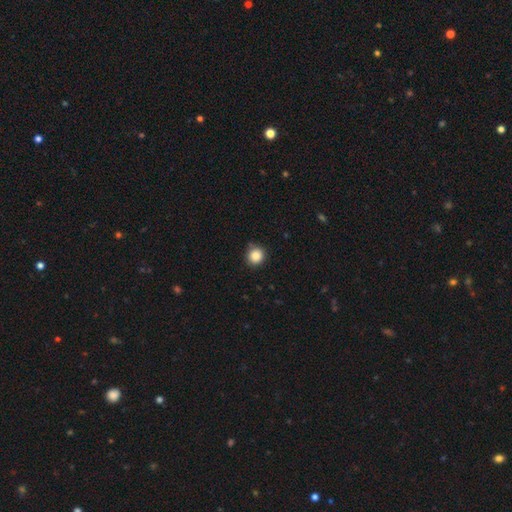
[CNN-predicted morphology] This appears to be a smooth galaxy with no disk features (86%) that is round (91%). Merging: none (81%).